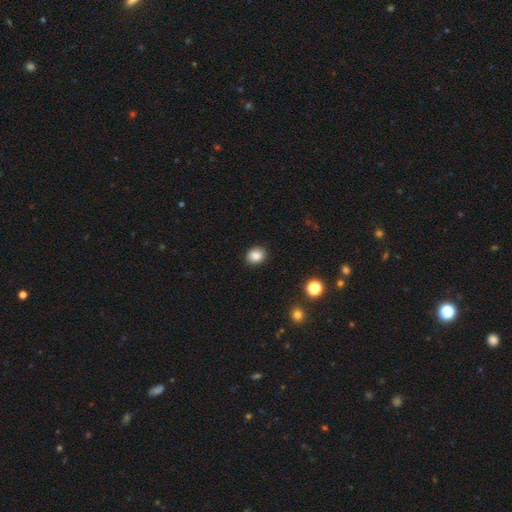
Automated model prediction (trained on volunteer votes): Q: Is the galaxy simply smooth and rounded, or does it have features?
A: smooth — 86%.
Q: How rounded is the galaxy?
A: round — 56%.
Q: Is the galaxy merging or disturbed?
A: none — 89%.